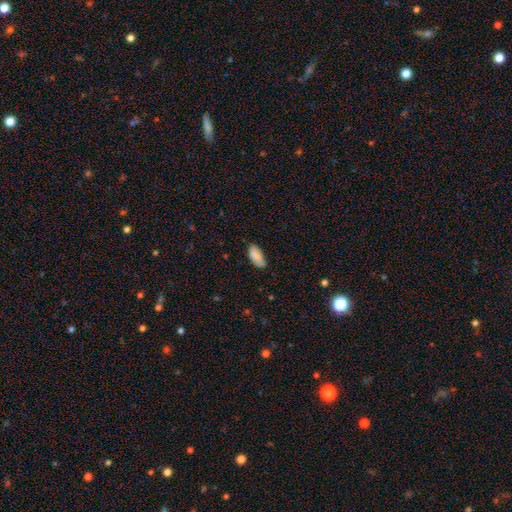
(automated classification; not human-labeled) A smooth galaxy with no disk features (85%) that is in between round and cigar-shaped (91%).

Vote fractions:
- Smooth or featured? smooth: 85% / featured or disk: 9% / star or artifact: 7%
- How rounded? in between: 91% / cigar-shaped: 8% / round: 2%
- Merging? none: 73% / minor disturbance: 22% / major disturbance: 3% / merger: 1%